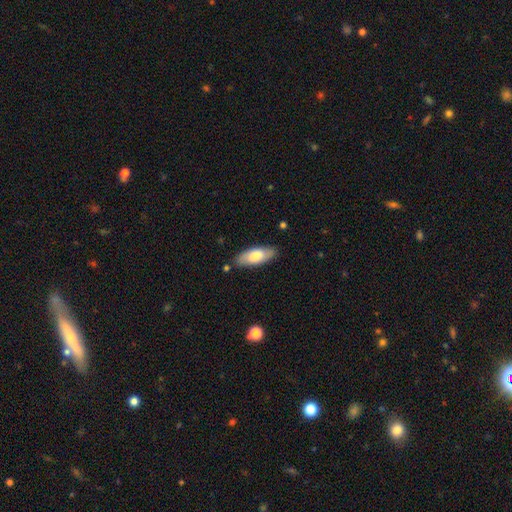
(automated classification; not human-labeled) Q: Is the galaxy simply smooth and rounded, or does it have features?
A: smooth — 74%.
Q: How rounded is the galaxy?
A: in between — 76%.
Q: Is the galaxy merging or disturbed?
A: none — 84%.